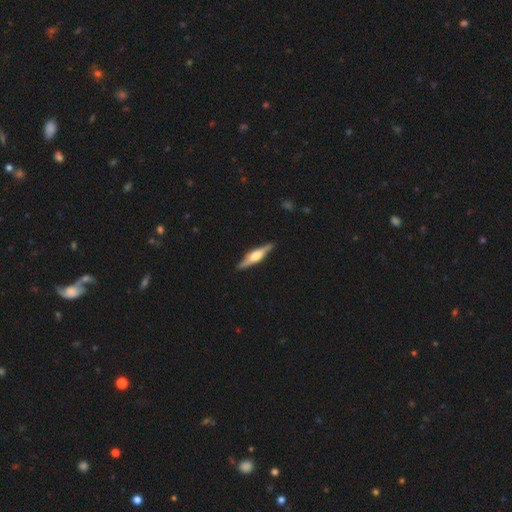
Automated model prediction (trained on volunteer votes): Smooth or featured? Predicted: featured or disk (p=0.69). Edge-on disk? Predicted: yes (p=0.97). Edge-on bulge? Predicted: rounded (p=0.84). Merging? Predicted: none (p=0.89).